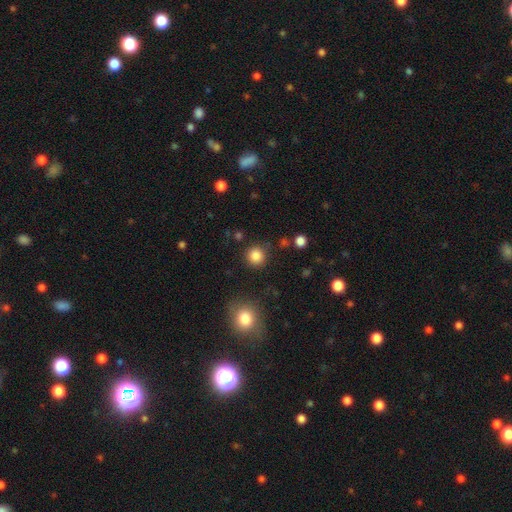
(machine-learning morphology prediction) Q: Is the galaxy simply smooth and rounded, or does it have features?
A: smooth — 85%.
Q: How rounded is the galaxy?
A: round — 93%.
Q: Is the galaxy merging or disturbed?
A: none — 88%.